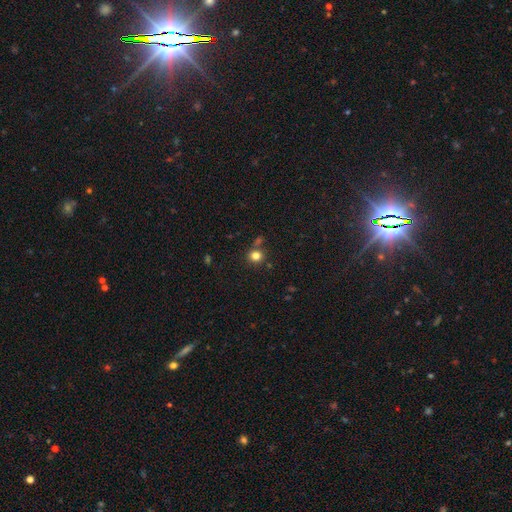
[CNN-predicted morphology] Smooth or featured?
  - smooth: 81% *
  - star or artifact: 14%
  - featured or disk: 6%
How rounded?
  - round: 82% *
  - in between: 17%
  - cigar-shaped: 1%
Merging?
  - none: 74% *
  - merger: 13%
  - minor disturbance: 10%
  - major disturbance: 4%